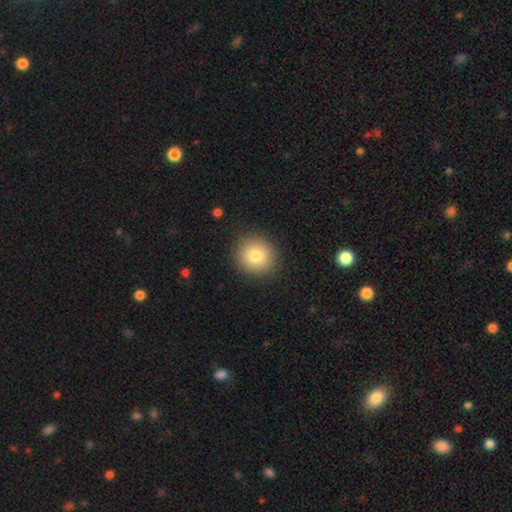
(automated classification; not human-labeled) The model was most divided on "smooth or featured": smooth: 80%, star or artifact: 10%, featured or disk: 10%. More confident: merging — none (89%); how rounded — round (89%).